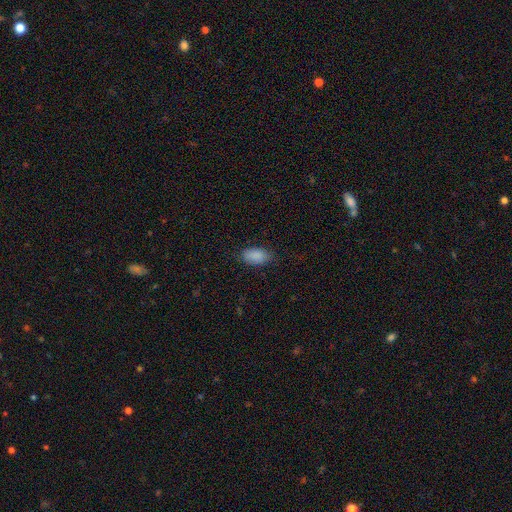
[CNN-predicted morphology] Smooth or featured? smooth (89%)
How rounded? in between (92%)
Merging? none (81%)